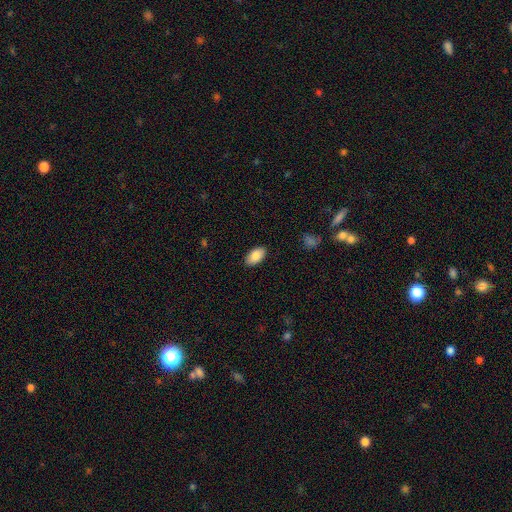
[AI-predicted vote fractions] This appears to be a smooth galaxy with no disk features (86%) that is in between round and cigar-shaped (95%). Merging: none (87%).